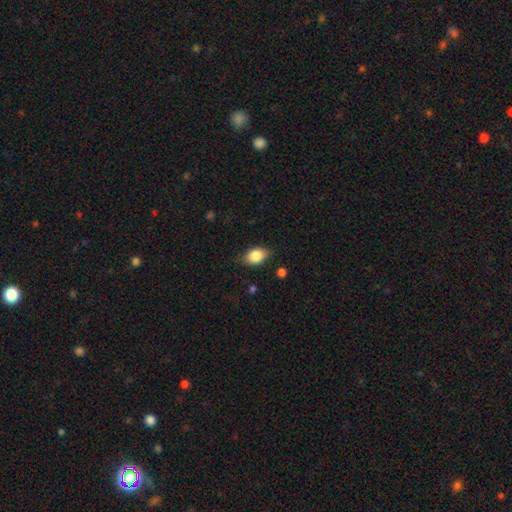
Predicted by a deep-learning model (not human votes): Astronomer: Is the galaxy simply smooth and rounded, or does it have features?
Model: smooth — 84%.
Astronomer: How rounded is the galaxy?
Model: in between — 83%.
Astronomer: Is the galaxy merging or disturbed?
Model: none — 78%.